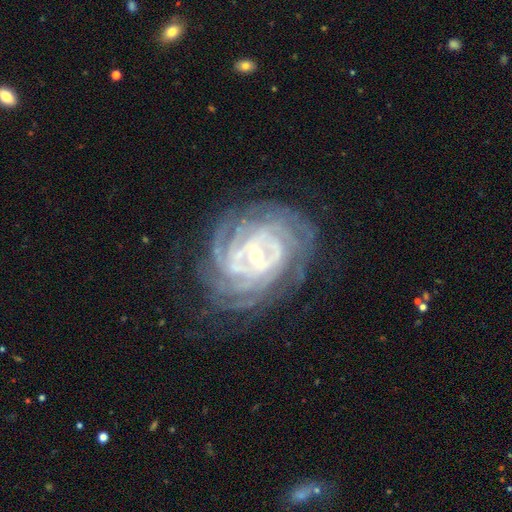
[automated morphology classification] Smooth or featured: featured or disk — 90% (star or artifact — 6%)
Edge-on disk: no — 97% (yes — 3%)
Bar: weak — 44% (strong — 29%)
Spiral arms: yes — 97% (no — 3%)
Spiral winding: tight — 79% (medium — 18%)
Spiral arm count: can't tell — 26% (4 — 24%)
Bulge size: small — 66% (moderate — 30%)
Merging: none — 76% (minor disturbance — 16%)